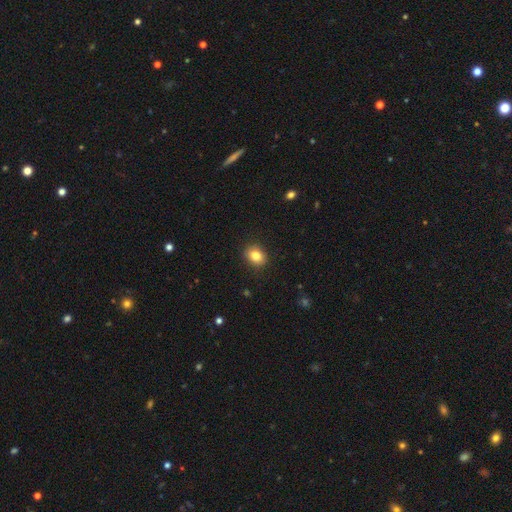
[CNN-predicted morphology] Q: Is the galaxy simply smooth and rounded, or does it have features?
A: smooth — 83%.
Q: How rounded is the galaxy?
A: round — 51%.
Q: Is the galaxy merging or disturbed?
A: none — 89%.